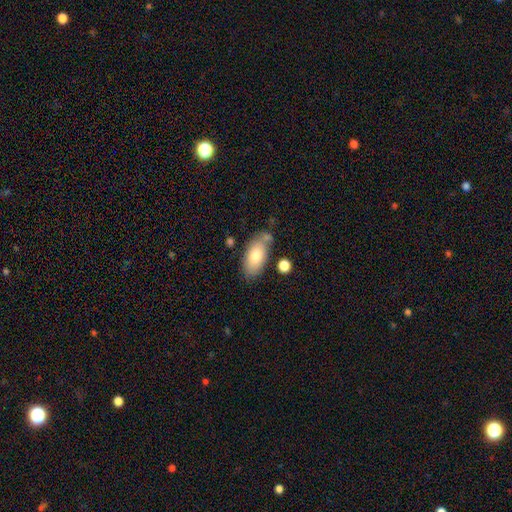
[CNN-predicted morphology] smooth 76%, featured or disk 17%, star or artifact 7%. Down the decision tree: how rounded — in between (91%); merging — none (70%).